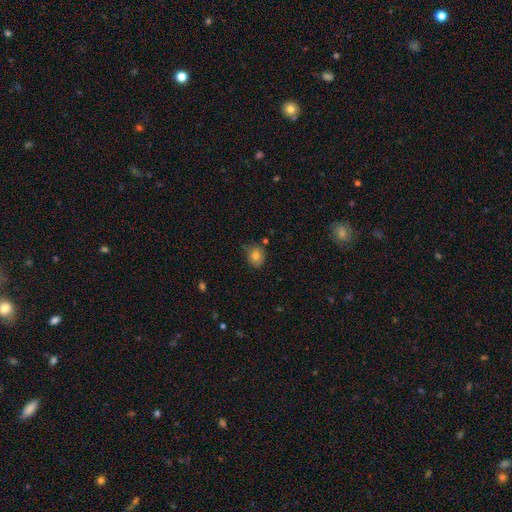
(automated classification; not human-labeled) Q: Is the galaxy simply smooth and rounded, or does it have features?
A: smooth — 79%.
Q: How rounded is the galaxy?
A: round — 71%.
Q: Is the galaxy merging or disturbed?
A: none — 75%.